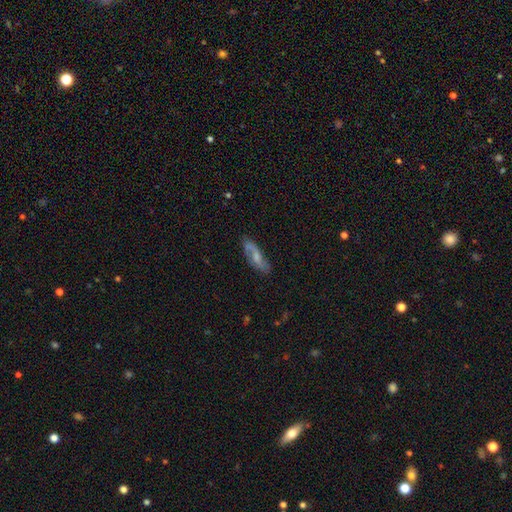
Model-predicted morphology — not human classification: Overall: featured or disk (59%; smooth 35%). Edge-on disk: no (81%). Merging: none (75%).